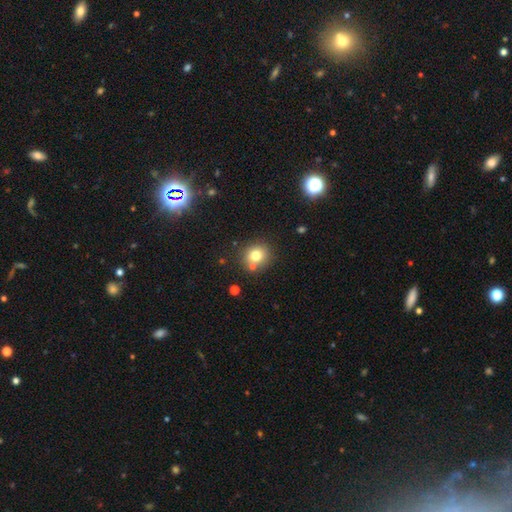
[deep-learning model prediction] A smooth galaxy with no disk features (77%) that is round (85%).

Vote fractions:
- Smooth or featured? smooth: 77% / star or artifact: 13% / featured or disk: 10%
- How rounded? round: 85% / in between: 14% / cigar-shaped: 1%
- Merging? none: 76% / merger: 11% / minor disturbance: 10% / major disturbance: 3%